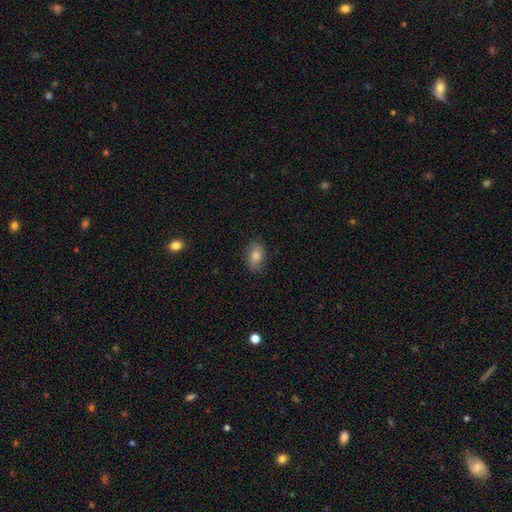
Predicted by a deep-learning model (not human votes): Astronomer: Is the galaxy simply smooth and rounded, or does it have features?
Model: smooth — 76%.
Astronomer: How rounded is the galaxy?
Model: in between — 87%.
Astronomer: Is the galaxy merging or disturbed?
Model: none — 85%.